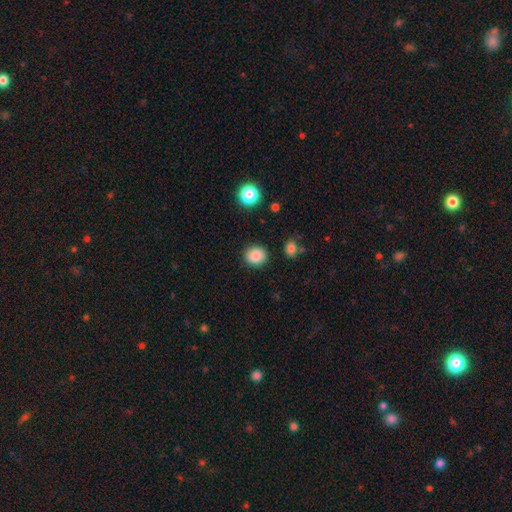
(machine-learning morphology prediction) A smooth galaxy with no disk features (87%) that is round (77%). Merging: none (88%).